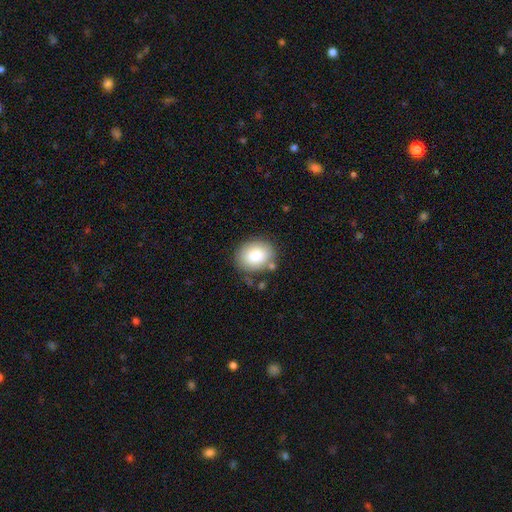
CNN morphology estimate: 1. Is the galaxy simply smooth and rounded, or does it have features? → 85% smooth, 8% featured or disk, 8% star or artifact.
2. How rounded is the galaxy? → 51% round, 48% in between, 1% cigar-shaped.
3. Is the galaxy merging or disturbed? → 78% none, 13% minor disturbance, 5% merger, 4% major disturbance.